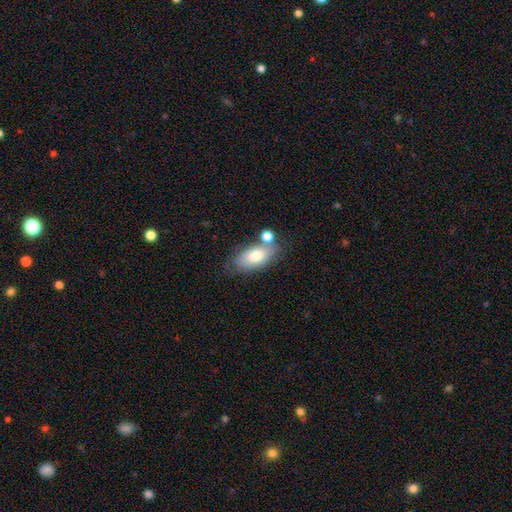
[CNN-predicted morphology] The model was most divided on "merging": none: 58%, merger: 19%, minor disturbance: 18%, major disturbance: 6%. More confident: how rounded — in between (89%); smooth or featured — smooth (73%).